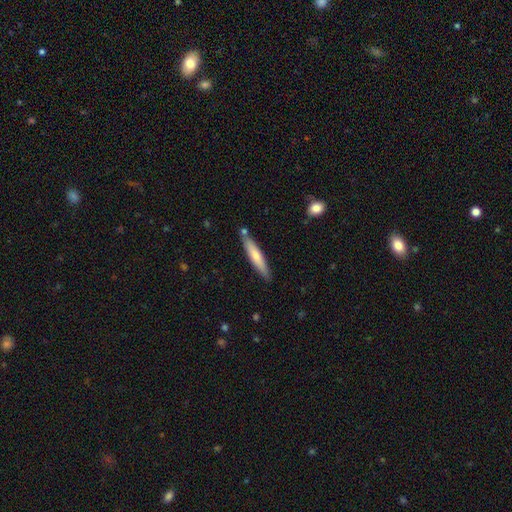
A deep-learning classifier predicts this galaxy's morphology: Smooth or featured? smooth (63%)
How rounded? cigar-shaped (91%)
Merging? none (81%)